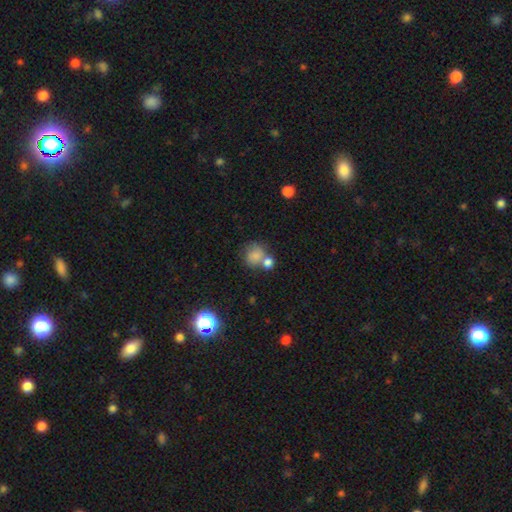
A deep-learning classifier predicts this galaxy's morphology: smooth-or-featured: smooth: 77% | featured or disk: 12% | star or artifact: 11%
  how-rounded: round: 74% | in between: 25% | cigar-shaped: 1%
  merging: none: 41% | merger: 37% | minor disturbance: 14% | major disturbance: 7%